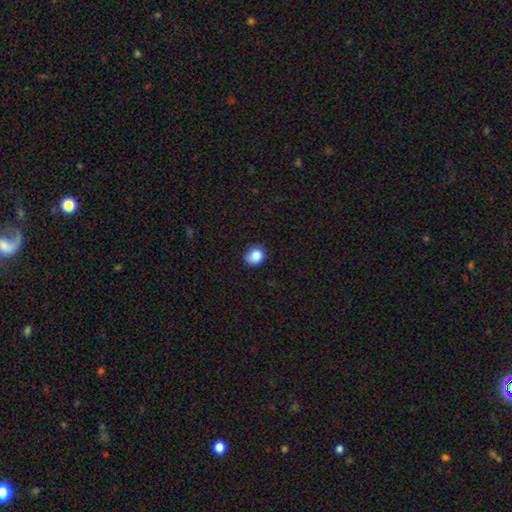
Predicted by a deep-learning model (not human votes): Overall: smooth (87%). How rounded: round (69%; in between 30%). Merging: none (77%).